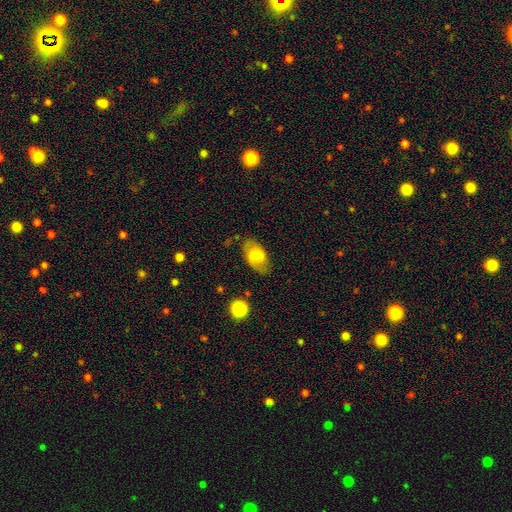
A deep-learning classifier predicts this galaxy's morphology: This appears to be a smooth galaxy with no disk features (67%) that is in between round and cigar-shaped (91%). Merging: none (74%).